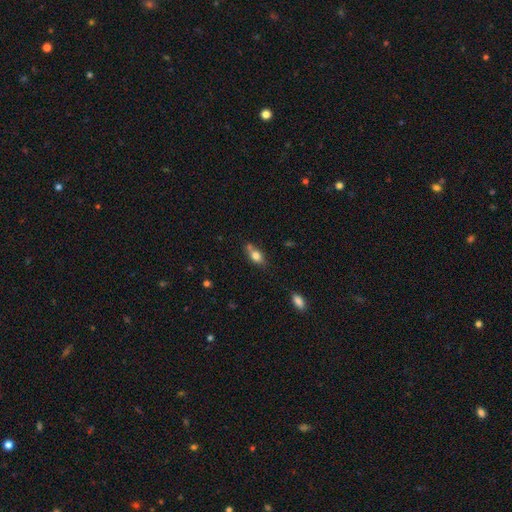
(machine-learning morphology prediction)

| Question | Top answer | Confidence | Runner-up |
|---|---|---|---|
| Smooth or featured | smooth | 73% | featured or disk (18%) |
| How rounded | in between | 77% | cigar-shaped (12%) |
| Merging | none | 56% | minor disturbance (21%) |